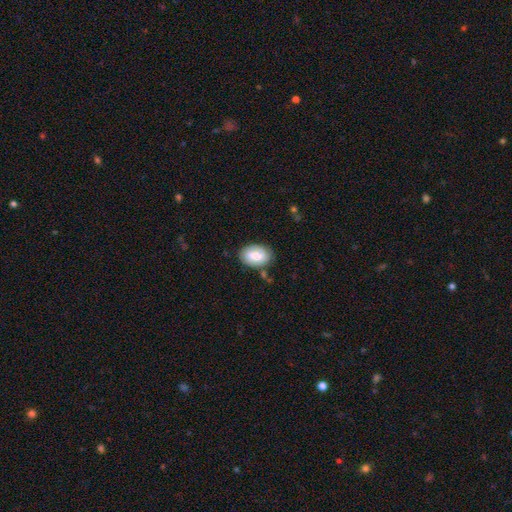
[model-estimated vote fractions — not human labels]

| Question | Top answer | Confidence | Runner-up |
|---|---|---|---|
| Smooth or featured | smooth | 74% | featured or disk (19%) |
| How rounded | in between | 87% | round (12%) |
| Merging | none | 79% | minor disturbance (15%) |